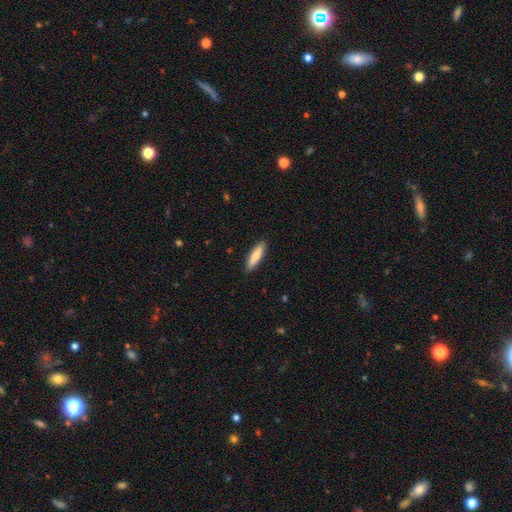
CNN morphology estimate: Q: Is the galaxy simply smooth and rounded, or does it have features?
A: smooth — 74%.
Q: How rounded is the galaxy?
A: cigar-shaped — 67%.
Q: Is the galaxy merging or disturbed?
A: none — 89%.